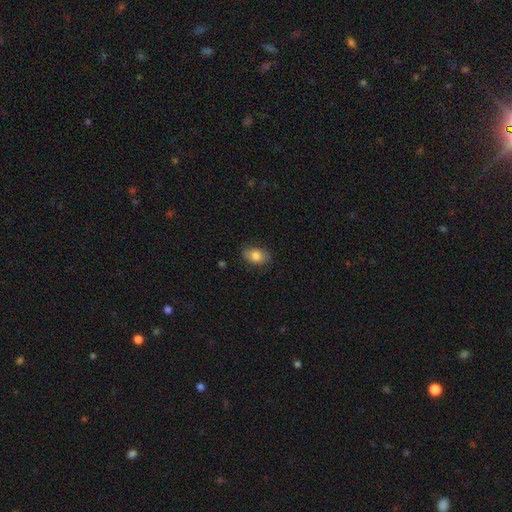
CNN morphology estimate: A smooth galaxy with no disk features (80%) that is in between round and cigar-shaped (88%). Merging: none (80%).